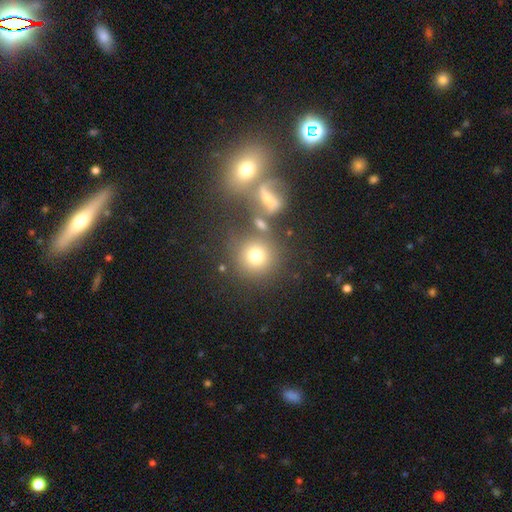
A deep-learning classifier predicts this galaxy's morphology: Smooth or featured? Predicted: smooth (p=0.72). How rounded? Predicted: round (p=0.89). Merging? Predicted: none (p=0.65).